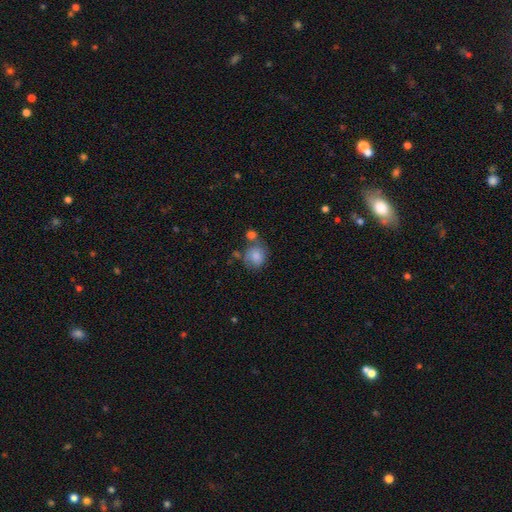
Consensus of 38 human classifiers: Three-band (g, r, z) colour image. It shows a smooth galaxy with no disk features (95%) that is round (75%). Merging: none (68%).